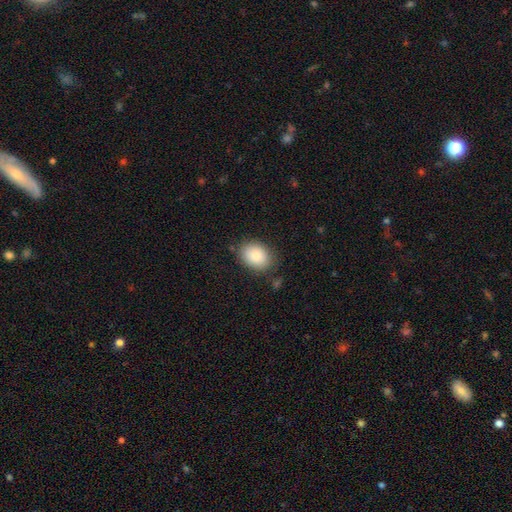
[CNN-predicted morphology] Smooth or featured? Predicted: smooth (p=0.84). How rounded? Predicted: in between (p=0.67). Merging? Predicted: none (p=0.80).